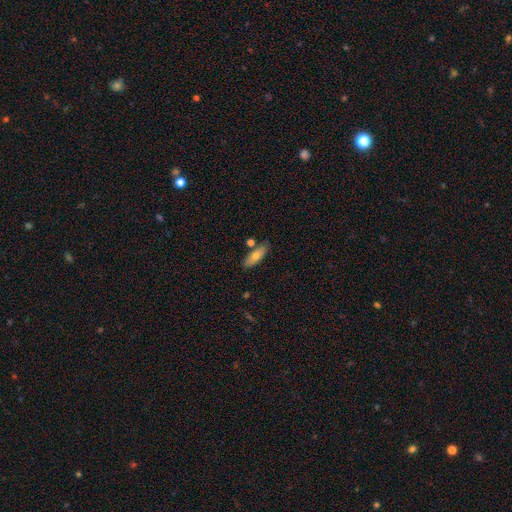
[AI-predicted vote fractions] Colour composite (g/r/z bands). It shows a smooth galaxy with no disk features (69%) that is in between round and cigar-shaped (66%). Merging: none (78%).